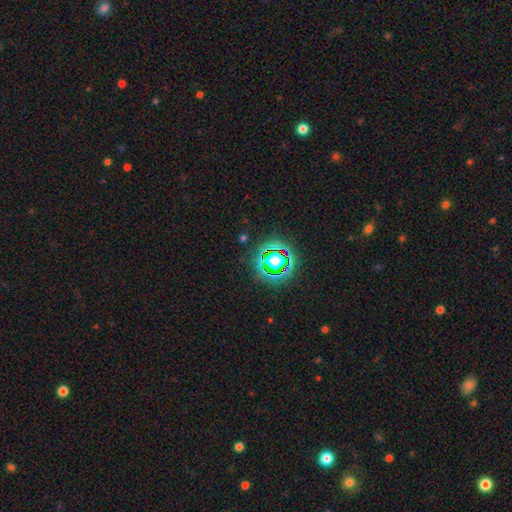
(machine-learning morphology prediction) Smooth or featured? star or artifact (78%)